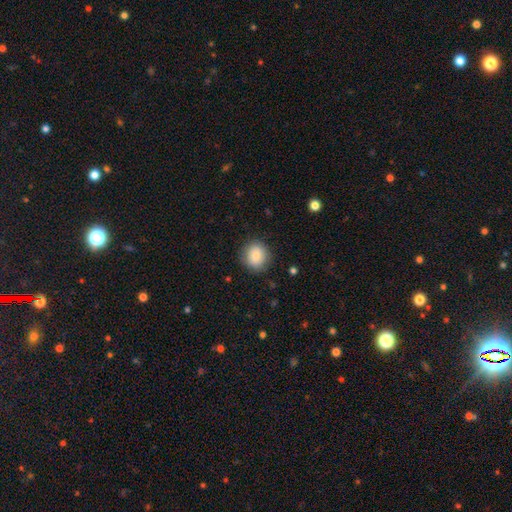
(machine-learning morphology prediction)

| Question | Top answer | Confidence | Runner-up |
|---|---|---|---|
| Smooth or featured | smooth | 86% | star or artifact (8%) |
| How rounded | round | 82% | in between (17%) |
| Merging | none | 86% | minor disturbance (10%) |